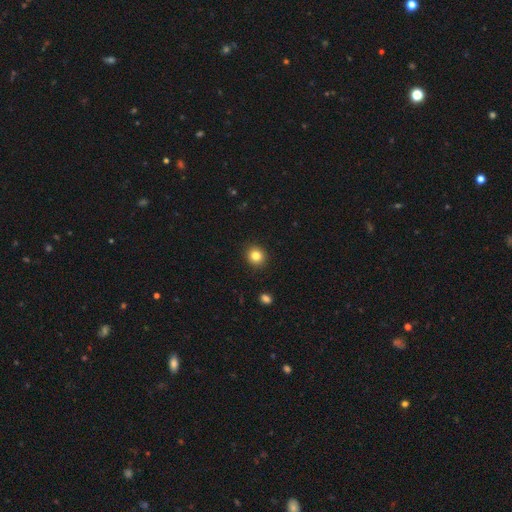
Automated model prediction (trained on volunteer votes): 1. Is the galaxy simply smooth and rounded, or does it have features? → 83% smooth, 11% star or artifact, 6% featured or disk.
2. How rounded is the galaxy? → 86% round, 13% in between, 1% cigar-shaped.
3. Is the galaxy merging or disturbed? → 92% none, 6% minor disturbance, 2% major disturbance, 1% merger.